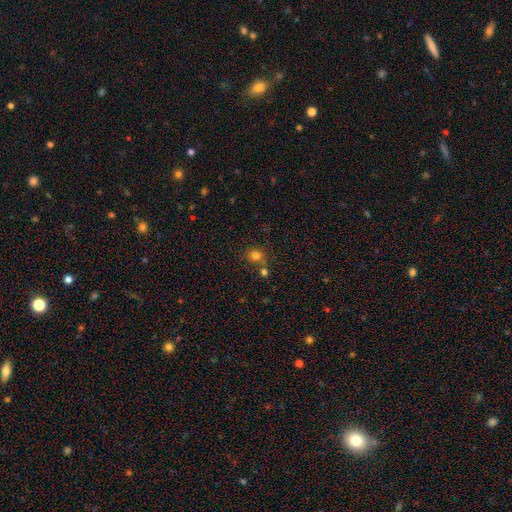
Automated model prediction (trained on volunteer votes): Smooth or featured: smooth — 78% (star or artifact — 15%)
How rounded: round — 79% (in between — 20%)
Merging: none — 64% (merger — 21%)